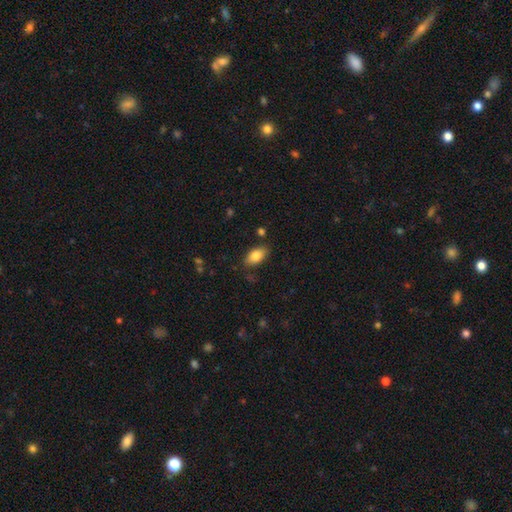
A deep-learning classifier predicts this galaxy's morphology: This appears to be a smooth galaxy with no disk features (83%) that is in between round and cigar-shaped (91%). Merging: none (82%).